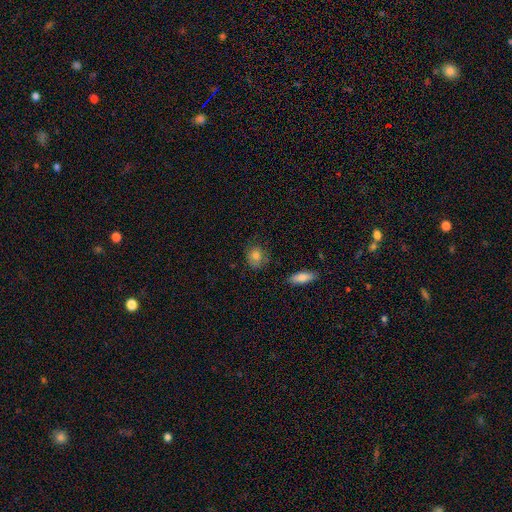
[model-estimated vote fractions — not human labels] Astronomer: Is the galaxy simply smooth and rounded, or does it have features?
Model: smooth — 77%.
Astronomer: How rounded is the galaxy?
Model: round — 64%.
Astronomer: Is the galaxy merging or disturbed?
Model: none — 73%.